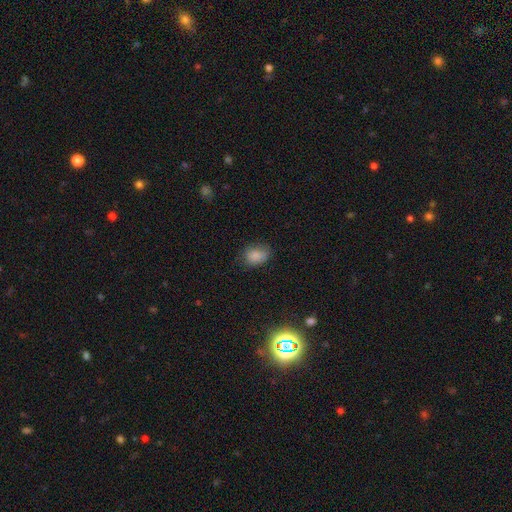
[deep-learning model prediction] Smooth or featured? Predicted: smooth (p=0.84). How rounded? Predicted: in between (p=0.69). Merging? Predicted: none (p=0.69).